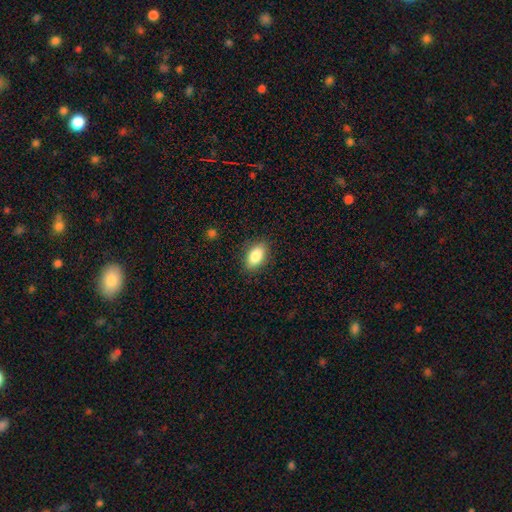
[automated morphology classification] This appears to be a smooth galaxy with no disk features (86%) that is in between round and cigar-shaped (91%). Merging: none (87%).